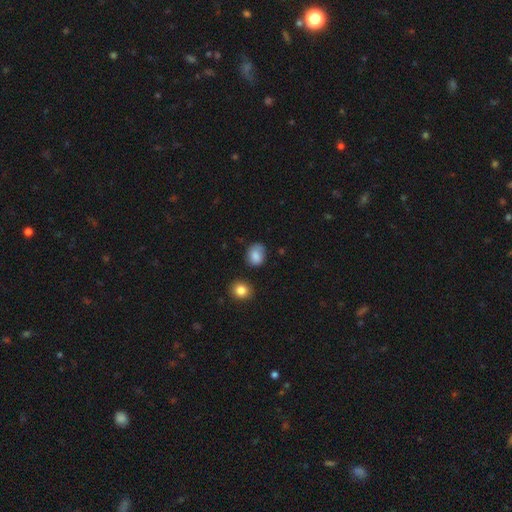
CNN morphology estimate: smooth_or_featured: smooth (p=0.82) [alt: star or artifact p=0.09]
how_rounded: round (p=0.64) [alt: in between p=0.35]
merging: none (p=0.63) [alt: minor disturbance p=0.26]